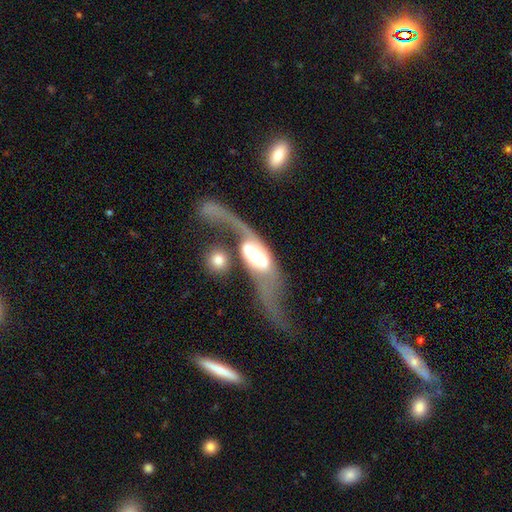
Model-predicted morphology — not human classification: A featured or disk galaxy (70%) with no bar (60%), spiral arms (64%) and a moderate central bulge (55%).

Vote fractions:
- Smooth or featured? featured or disk: 70% / smooth: 24% / star or artifact: 6%
- Edge-on disk? no: 81% / yes: 19%
- Bar? no: 60% / weak: 23% / strong: 16%
- Spiral arms? yes: 64% / no: 36%
- Bulge size? moderate: 55% / large: 28% / small: 11% / dominant: 5% / none: 2%
- Merging? merger: 38% / major disturbance: 31% / none: 21% / minor disturbance: 10%